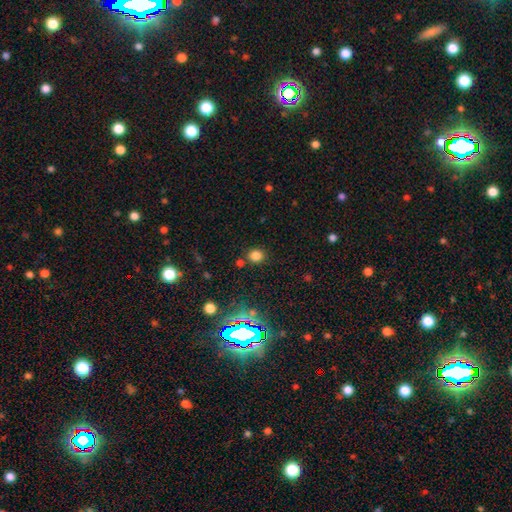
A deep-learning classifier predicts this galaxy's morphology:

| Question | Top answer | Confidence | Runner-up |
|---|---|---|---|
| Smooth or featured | smooth | 75% | star or artifact (20%) |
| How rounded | round | 82% | in between (17%) |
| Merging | none | 82% | minor disturbance (8%) |